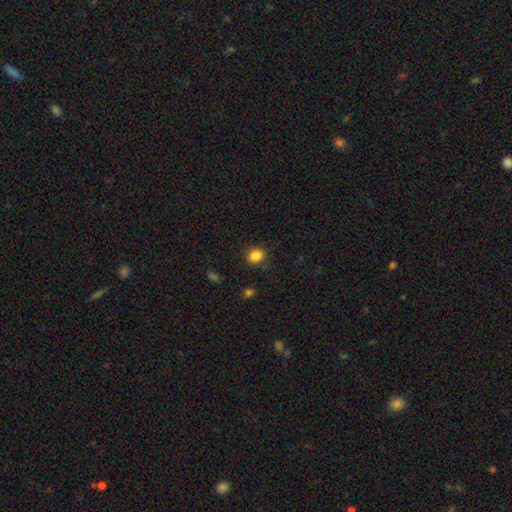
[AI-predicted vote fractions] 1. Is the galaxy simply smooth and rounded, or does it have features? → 85% smooth, 11% star or artifact, 4% featured or disk.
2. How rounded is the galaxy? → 74% round, 25% in between, 1% cigar-shaped.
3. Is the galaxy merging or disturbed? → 88% none, 8% minor disturbance, 3% major disturbance, 1% merger.